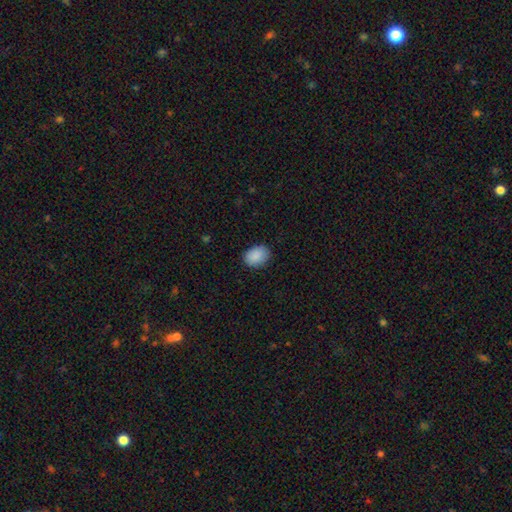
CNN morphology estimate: A smooth galaxy with no disk features (90%) that is in between round and cigar-shaped (75%).

Vote fractions:
- Smooth or featured? smooth: 90% / star or artifact: 7% / featured or disk: 3%
- How rounded? in between: 75% / round: 25% / cigar-shaped: 1%
- Merging? none: 85% / minor disturbance: 12% / major disturbance: 2% / merger: 1%